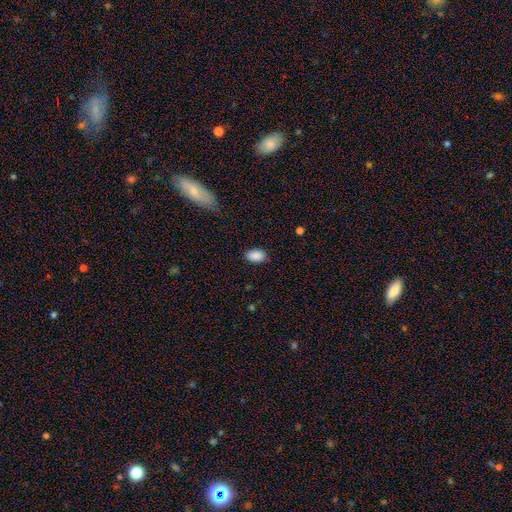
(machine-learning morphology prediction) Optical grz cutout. It shows a smooth galaxy with no disk features (89%) that is in between round and cigar-shaped (90%). Merging: none (84%).